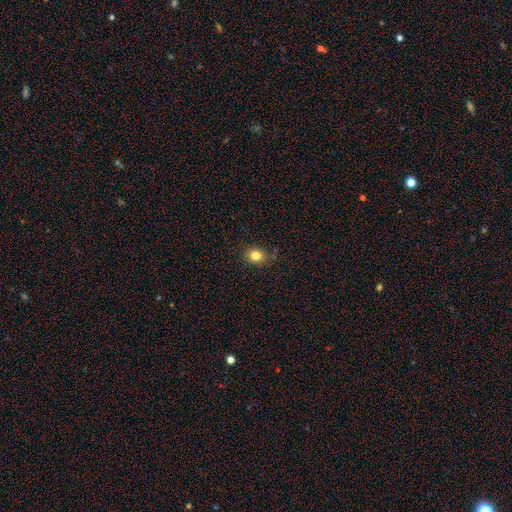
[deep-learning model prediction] Q: Smooth or featured?
A: smooth (82%); runner-up: star or artifact (12%)
Q: How rounded?
A: round (67%); runner-up: in between (32%)
Q: Merging?
A: none (82%); runner-up: minor disturbance (13%)